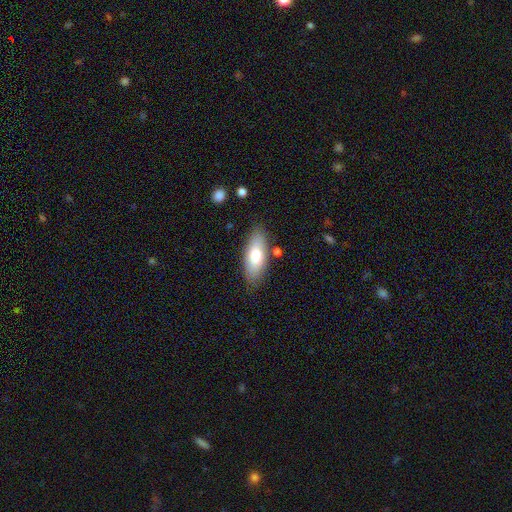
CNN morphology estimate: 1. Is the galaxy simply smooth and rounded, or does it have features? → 73% smooth, 21% featured or disk, 6% star or artifact.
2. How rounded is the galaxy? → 74% in between, 23% cigar-shaped, 2% round.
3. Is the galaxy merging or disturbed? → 82% none, 12% minor disturbance, 3% major disturbance, 3% merger.